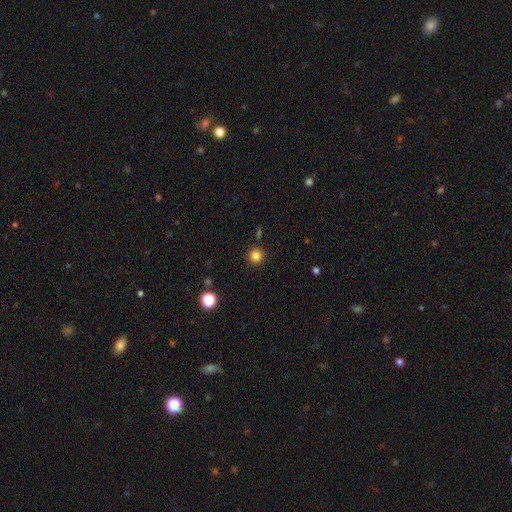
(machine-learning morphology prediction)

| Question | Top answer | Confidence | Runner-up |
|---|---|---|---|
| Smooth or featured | smooth | 84% | star or artifact (13%) |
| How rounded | round | 95% | in between (5%) |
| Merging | none | 89% | minor disturbance (6%) |